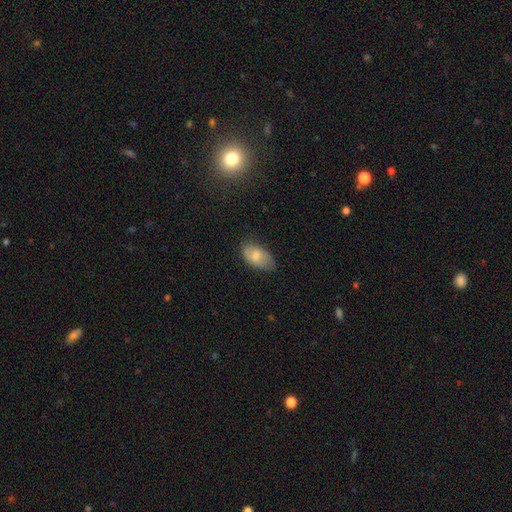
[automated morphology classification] The model was most divided on "merging": none: 64%, minor disturbance: 28%, major disturbance: 6%, merger: 1%. More confident: how rounded — in between (93%); smooth or featured — smooth (75%).